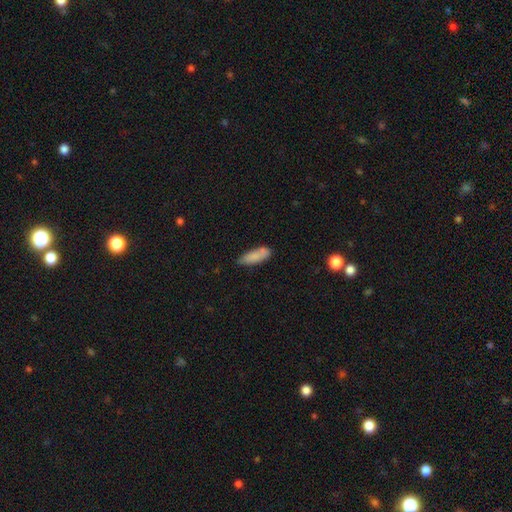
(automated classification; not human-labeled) This is clearly a smooth galaxy (81%). How rounded: possibly in between (56%). Merging: likely none (64%).